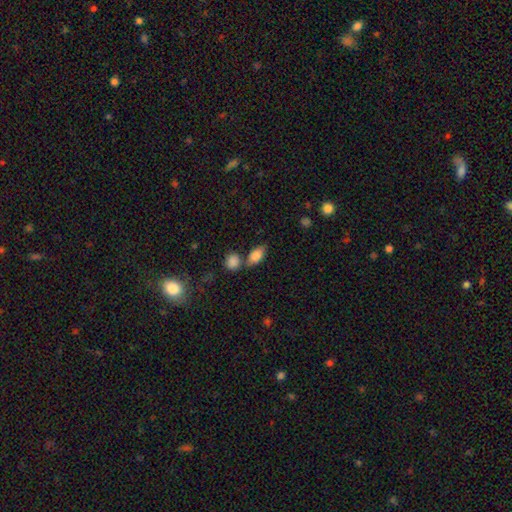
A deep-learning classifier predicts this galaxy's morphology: smooth_or_featured: smooth (p=0.84) [alt: star or artifact p=0.08]
how_rounded: in between (p=0.89) [alt: round p=0.07]
merging: none (p=0.59) [alt: merger p=0.24]